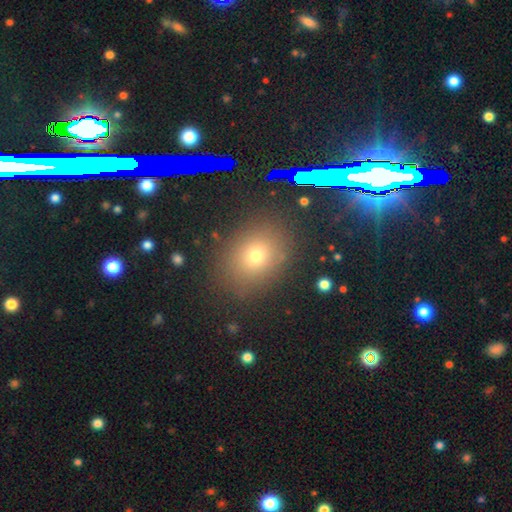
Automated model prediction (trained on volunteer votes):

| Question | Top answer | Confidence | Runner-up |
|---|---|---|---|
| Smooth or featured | smooth | 65% | star or artifact (24%) |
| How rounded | round | 57% | in between (42%) |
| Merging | none | 86% | minor disturbance (9%) |